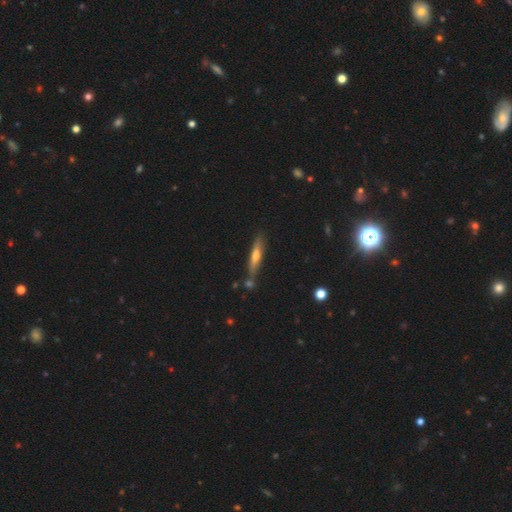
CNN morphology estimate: A featured or disk galaxy (49%).

Vote fractions:
- Smooth or featured? featured or disk: 49% / smooth: 44% / star or artifact: 7%
- Merging? none: 75% / minor disturbance: 14% / merger: 9% / major disturbance: 3%